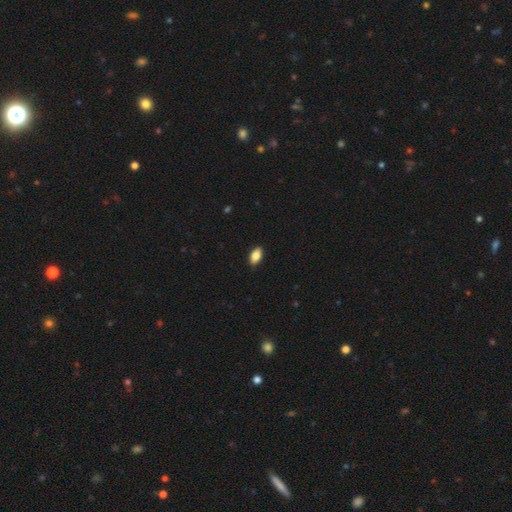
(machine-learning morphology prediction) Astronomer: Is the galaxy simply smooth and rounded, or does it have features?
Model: smooth — 86%.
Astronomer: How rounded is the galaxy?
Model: in between — 93%.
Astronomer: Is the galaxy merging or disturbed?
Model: none — 90%.